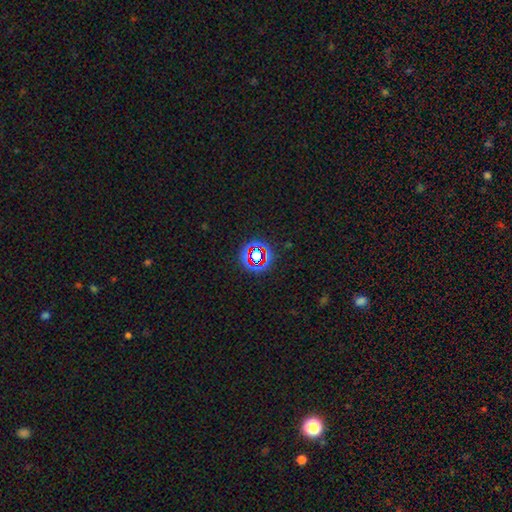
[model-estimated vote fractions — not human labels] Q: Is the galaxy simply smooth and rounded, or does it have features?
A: star or artifact — 69%.